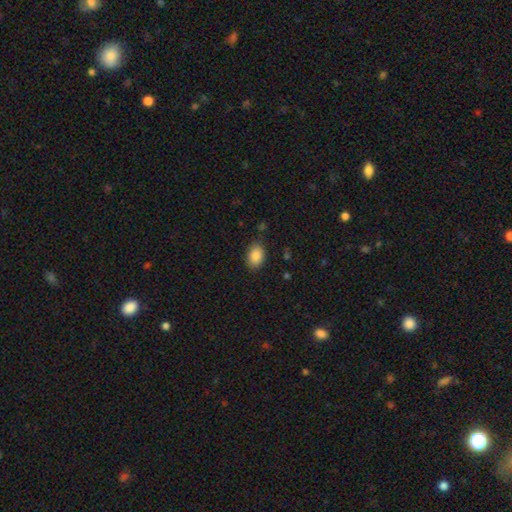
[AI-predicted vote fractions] A smooth galaxy with no disk features (88%) that is in between round and cigar-shaped (81%). Merging: none (83%).